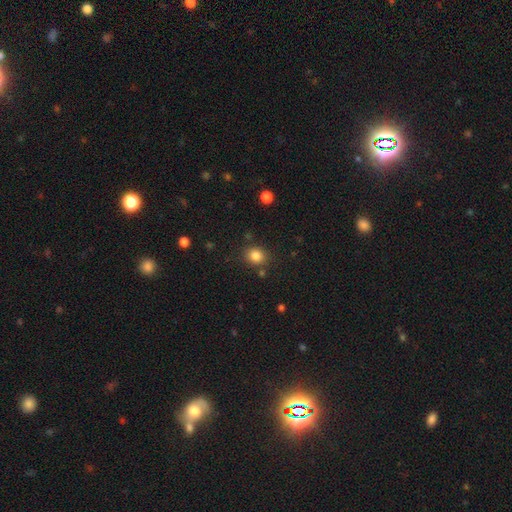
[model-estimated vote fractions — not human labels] Morphology: type=smooth (84%); roundness=round (71%); merging=none (82%).